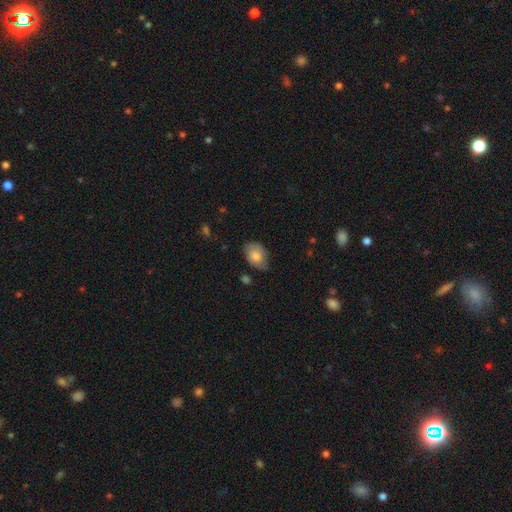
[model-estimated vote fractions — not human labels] Morphology: type=smooth (71%); roundness=in between (84%); merging=none (67%).